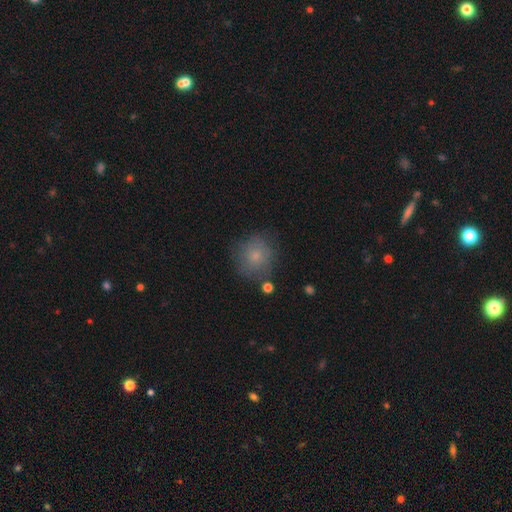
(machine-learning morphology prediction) Q: Smooth or featured?
A: smooth (75%); runner-up: featured or disk (14%)
Q: How rounded?
A: round (87%); runner-up: in between (12%)
Q: Merging?
A: none (74%); runner-up: minor disturbance (17%)